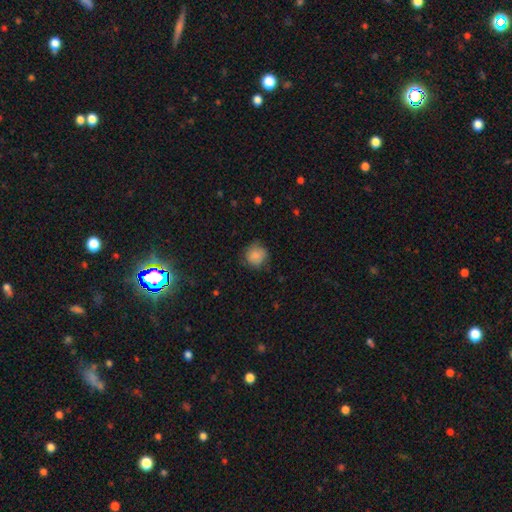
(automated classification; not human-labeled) Smooth or featured? smooth (84%)
How rounded? round (87%)
Merging? none (75%)